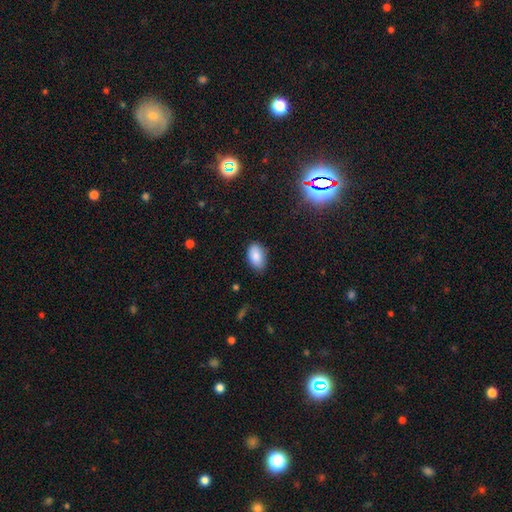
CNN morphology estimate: Overall: smooth (85%). How rounded: in between (92%). Merging: none (78%).